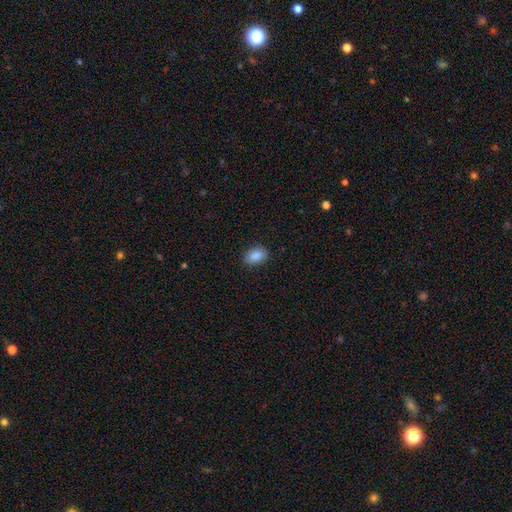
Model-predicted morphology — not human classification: A smooth galaxy with no disk features (88%) that is in between round and cigar-shaped (83%). Merging: none (84%).